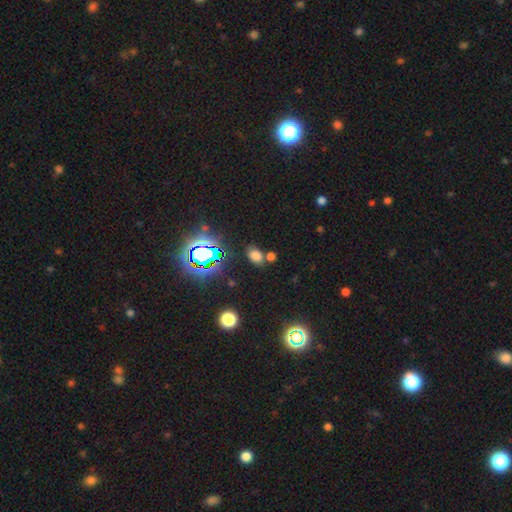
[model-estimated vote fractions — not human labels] Overall: smooth (63%; star or artifact 30%). How rounded: in between (75%). Merging: none (70%).